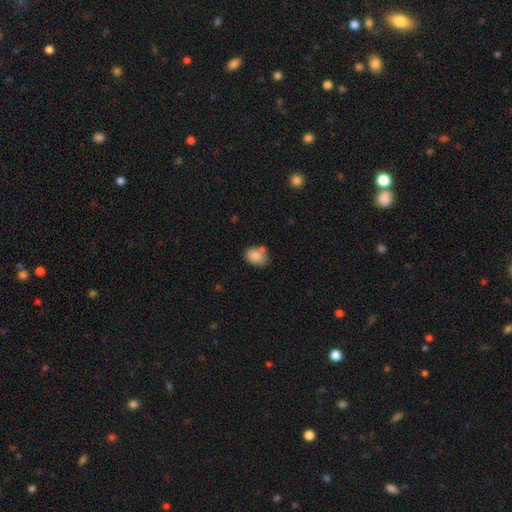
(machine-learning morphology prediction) A smooth galaxy with no disk features (85%) that is in between round and cigar-shaped (70%).

Vote fractions:
- Smooth or featured? smooth: 85% / star or artifact: 8% / featured or disk: 7%
- How rounded? in between: 70% / round: 29% / cigar-shaped: 1%
- Merging? none: 61% / minor disturbance: 21% / merger: 14% / major disturbance: 5%